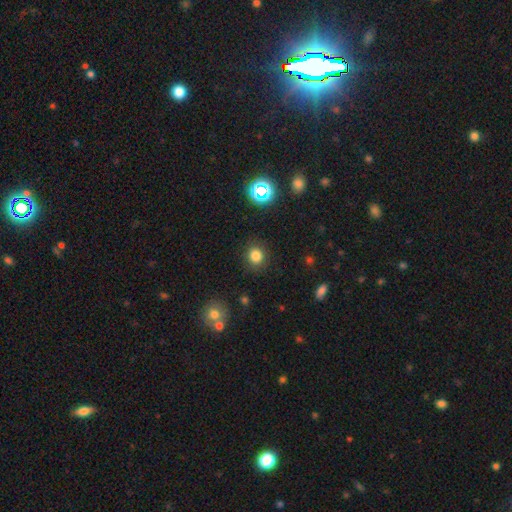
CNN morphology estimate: A smooth galaxy with no disk features (80%) that is round (85%).

Vote fractions:
- Smooth or featured? smooth: 80% / star or artifact: 15% / featured or disk: 5%
- How rounded? round: 85% / in between: 15% / cigar-shaped: 1%
- Merging? none: 87% / minor disturbance: 8% / major disturbance: 3% / merger: 2%